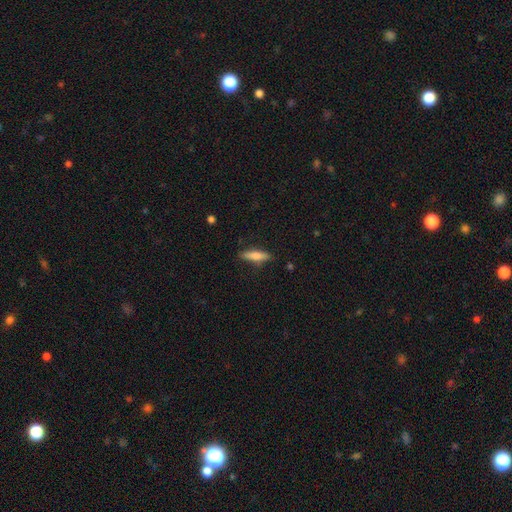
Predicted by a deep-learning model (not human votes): This appears to be a smooth galaxy with no disk features (69%) that is cigar-shaped (72%). Merging: none (84%).